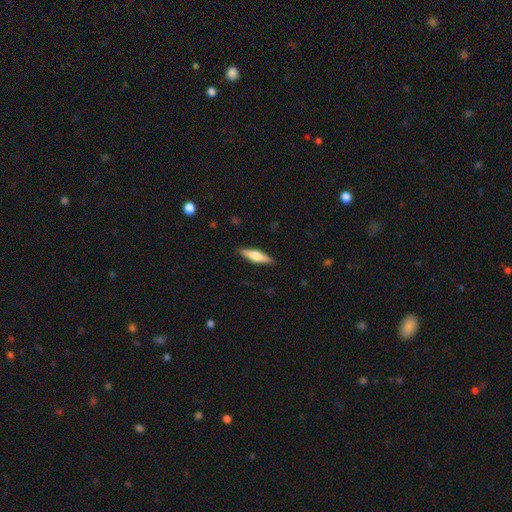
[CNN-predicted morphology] smooth-or-featured: smooth: 48% | featured or disk: 46% | star or artifact: 6%
  merging: none: 89% | minor disturbance: 8% | major disturbance: 2% | merger: 1%